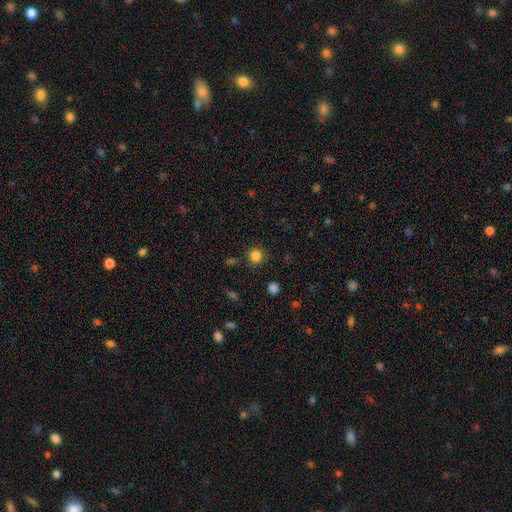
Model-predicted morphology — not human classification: Overall: smooth (84%). How rounded: round (91%). Merging: none (87%).